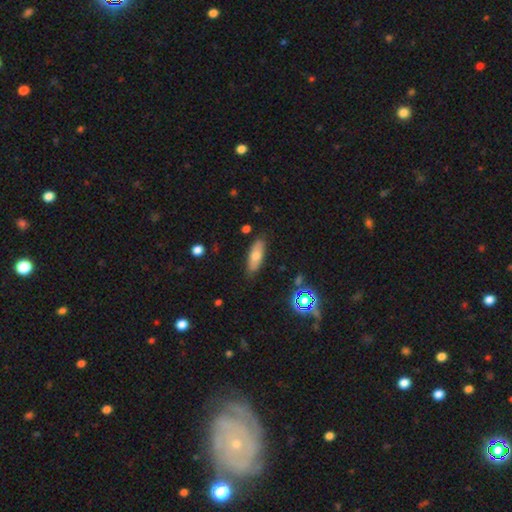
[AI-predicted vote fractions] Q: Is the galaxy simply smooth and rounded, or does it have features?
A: smooth — 68%.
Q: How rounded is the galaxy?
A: in between — 61%.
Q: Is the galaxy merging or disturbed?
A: none — 83%.